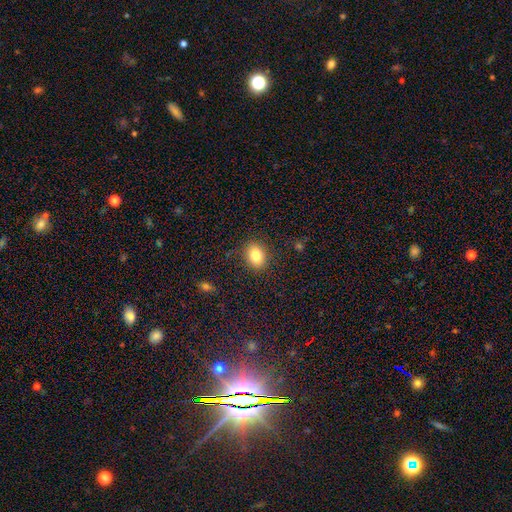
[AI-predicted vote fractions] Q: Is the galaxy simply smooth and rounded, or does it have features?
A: smooth — 83%.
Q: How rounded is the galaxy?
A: in between — 59%.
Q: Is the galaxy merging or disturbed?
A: none — 86%.